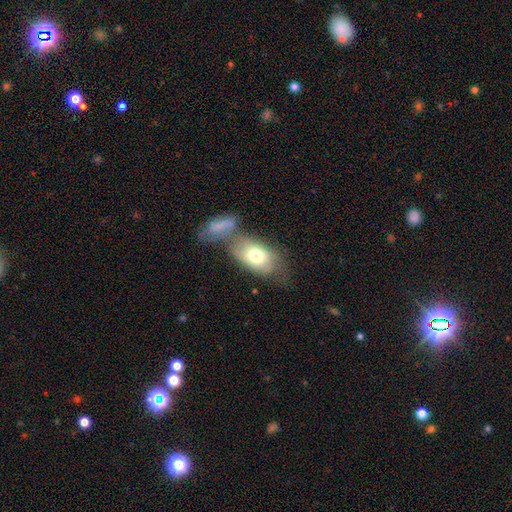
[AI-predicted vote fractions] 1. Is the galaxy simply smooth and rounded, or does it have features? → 69% smooth, 25% featured or disk, 6% star or artifact.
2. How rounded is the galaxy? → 89% in between, 7% round, 3% cigar-shaped.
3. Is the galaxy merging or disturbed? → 38% merger, 32% none, 17% minor disturbance, 12% major disturbance.